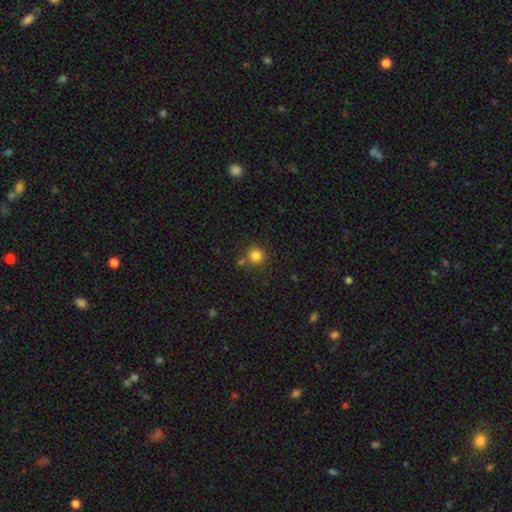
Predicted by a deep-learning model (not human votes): smooth-or-featured: smooth: 83% | star or artifact: 12% | featured or disk: 5%
  how-rounded: round: 90% | in between: 9% | cigar-shaped: 1%
  merging: none: 76% | merger: 11% | minor disturbance: 10% | major disturbance: 3%